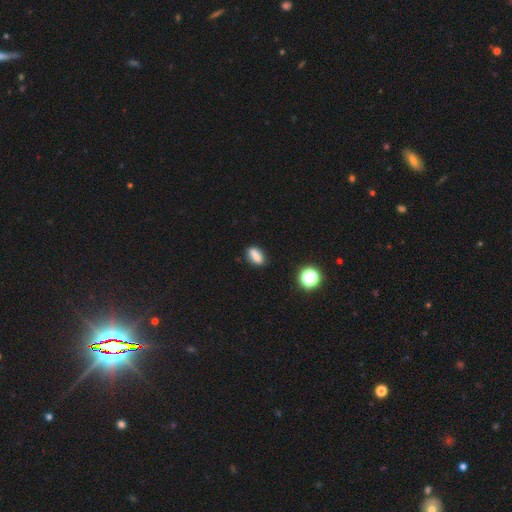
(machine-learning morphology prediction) Smooth or featured? smooth (80%)
How rounded? in between (73%)
Merging? none (83%)